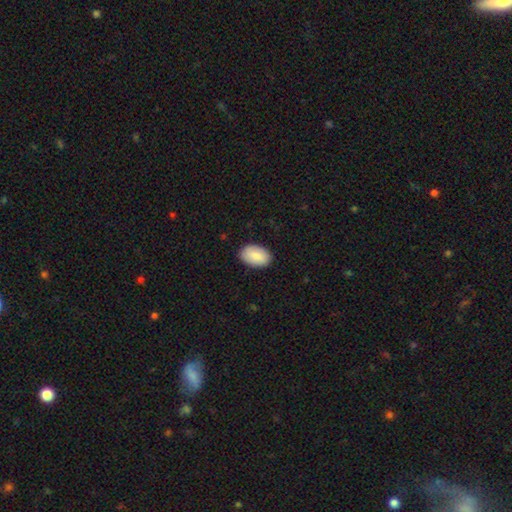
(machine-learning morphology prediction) This is clearly a smooth galaxy (85%). How rounded: clearly in between (92%). Merging: clearly none (88%).